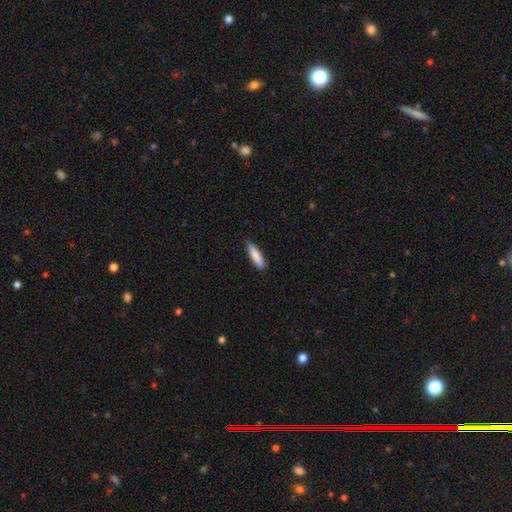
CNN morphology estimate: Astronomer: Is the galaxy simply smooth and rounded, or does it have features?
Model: smooth — 83%.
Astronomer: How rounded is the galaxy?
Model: cigar-shaped — 70%.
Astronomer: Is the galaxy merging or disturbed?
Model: none — 79%.